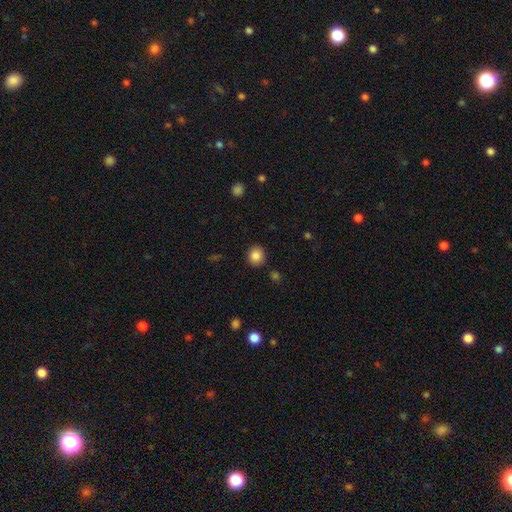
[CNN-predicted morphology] Smooth or featured? Predicted: smooth (p=0.86). How rounded? Predicted: round (p=0.86). Merging? Predicted: none (p=0.89).